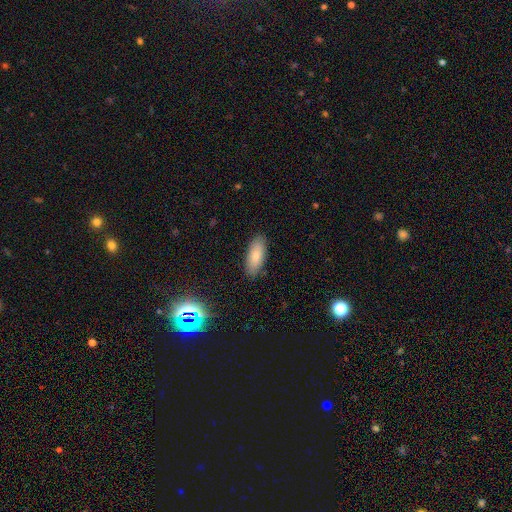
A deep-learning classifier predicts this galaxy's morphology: This is clearly a smooth galaxy (81%). How rounded: clearly in between (81%). Merging: clearly none (87%).